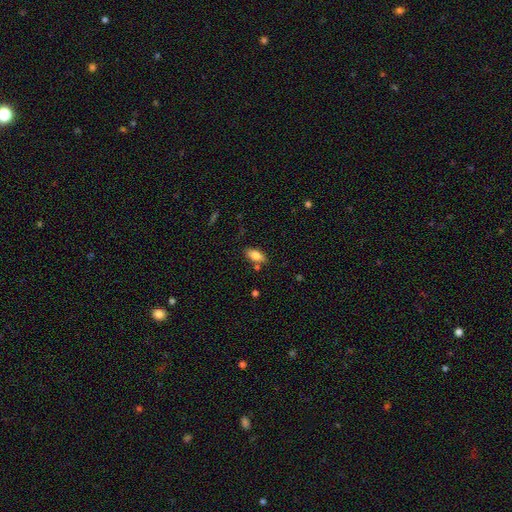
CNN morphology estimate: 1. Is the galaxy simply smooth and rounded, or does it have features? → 77% smooth, 15% featured or disk, 7% star or artifact.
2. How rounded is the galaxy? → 86% in between, 11% cigar-shaped, 3% round.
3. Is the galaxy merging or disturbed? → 76% none, 14% minor disturbance, 7% merger, 3% major disturbance.